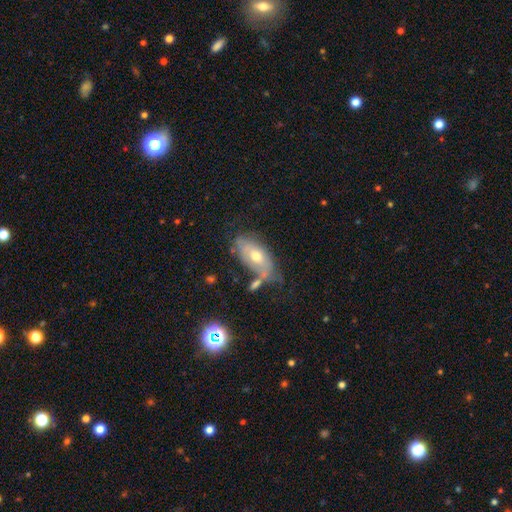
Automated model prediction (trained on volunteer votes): Smooth or featured? Predicted: featured or disk (p=0.47). Merging? Predicted: none (p=0.48).